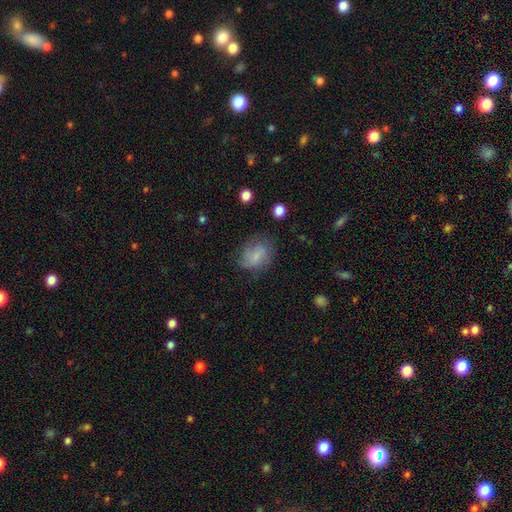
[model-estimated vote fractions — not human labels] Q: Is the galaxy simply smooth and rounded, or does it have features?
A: smooth — 71%.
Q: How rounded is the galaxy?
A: in between — 65%.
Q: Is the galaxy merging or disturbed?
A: none — 64%.